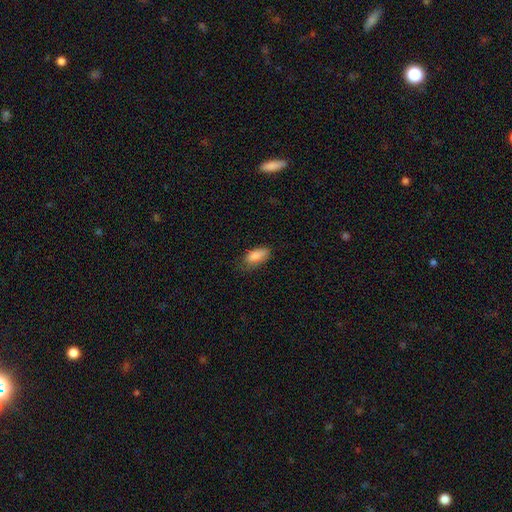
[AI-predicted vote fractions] Smooth or featured?
  - smooth: 86% *
  - featured or disk: 7%
  - star or artifact: 7%
How rounded?
  - in between: 85% *
  - cigar-shaped: 13%
  - round: 2%
Merging?
  - none: 62% *
  - minor disturbance: 29%
  - major disturbance: 8%
  - merger: 1%